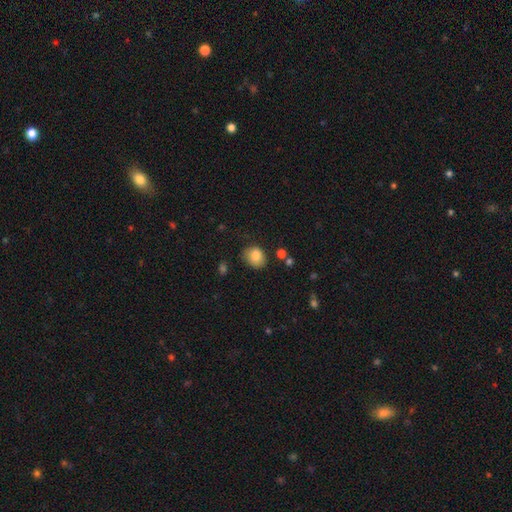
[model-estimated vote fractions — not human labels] smooth 85%, star or artifact 9%, featured or disk 6%. Down the decision tree: how rounded — round (58%); merging — none (69%).